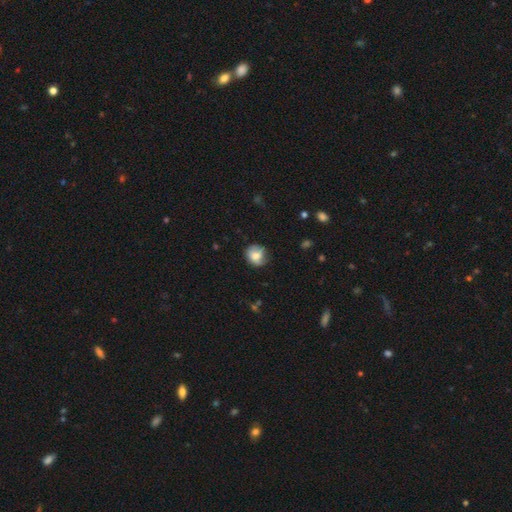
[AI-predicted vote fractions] The model was most divided on "merging": none: 65%, minor disturbance: 26%, major disturbance: 7%, merger: 2%. More confident: how rounded — round (77%); smooth or featured — smooth (70%).